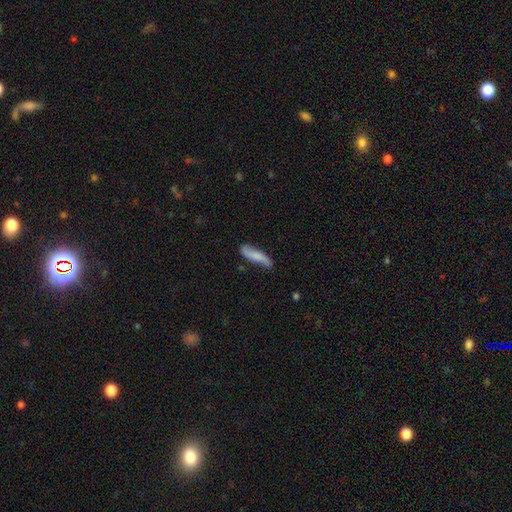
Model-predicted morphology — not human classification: Smooth or featured: smooth — 64% (featured or disk — 30%)
How rounded: cigar-shaped — 74% (in between — 24%)
Merging: none — 70% (minor disturbance — 23%)